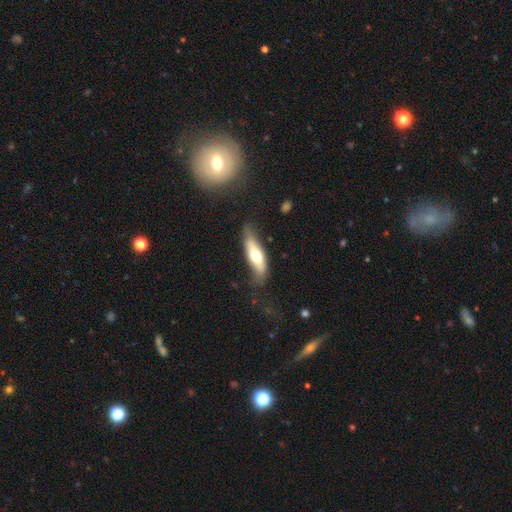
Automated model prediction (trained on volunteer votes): smooth-or-featured: smooth: 53% | featured or disk: 41% | star or artifact: 6%
  how-rounded: cigar-shaped: 53% | in between: 45% | round: 2%
  merging: none: 61% | minor disturbance: 27% | major disturbance: 9% | merger: 2%